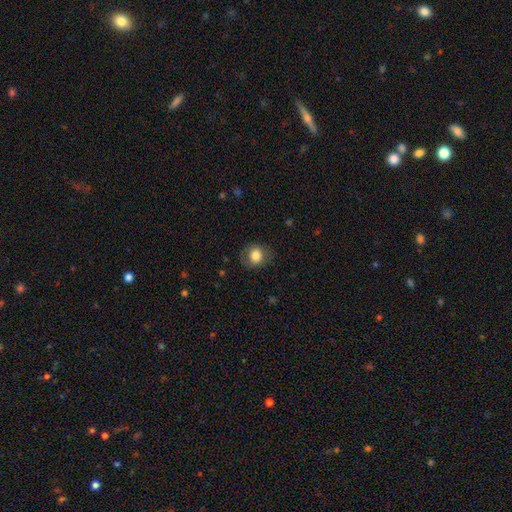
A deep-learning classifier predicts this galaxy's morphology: type=smooth (80%); roundness=round (68%); merging=none (77%).